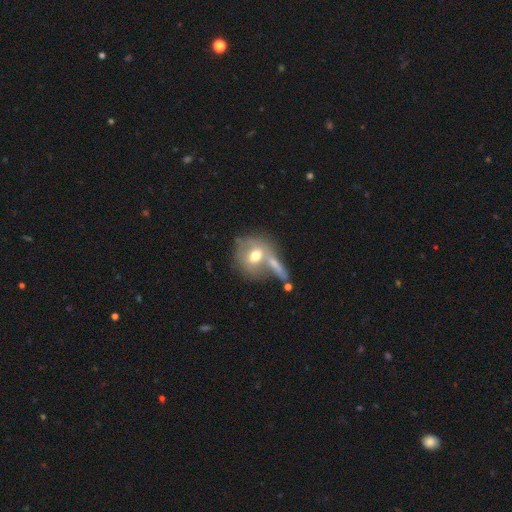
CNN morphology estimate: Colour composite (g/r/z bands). It shows a smooth galaxy with no disk features (57%) that is round (73%). Merging: none (43%).